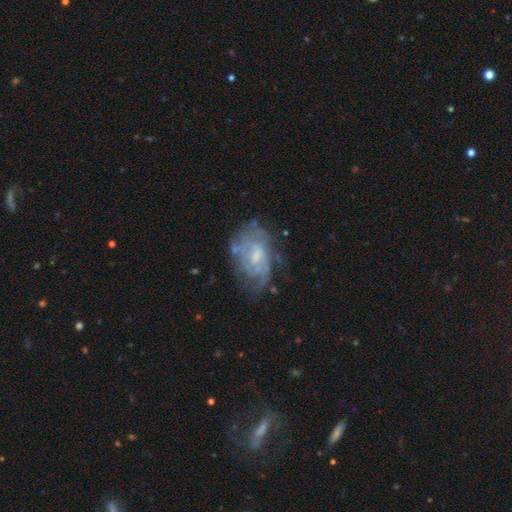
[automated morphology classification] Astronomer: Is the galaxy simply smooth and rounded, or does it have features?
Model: featured or disk — 74%.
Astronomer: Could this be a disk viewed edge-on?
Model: no — 96%.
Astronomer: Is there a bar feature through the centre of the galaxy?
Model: no — 50% (runner-up: weak, 43%).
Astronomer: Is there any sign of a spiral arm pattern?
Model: yes — 75%.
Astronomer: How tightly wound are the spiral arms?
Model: tight — 50% (runner-up: medium, 35%).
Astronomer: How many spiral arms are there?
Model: can't tell — 57%.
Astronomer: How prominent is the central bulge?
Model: small — 44% (runner-up: moderate, 39%).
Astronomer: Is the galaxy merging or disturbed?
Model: none — 55%.